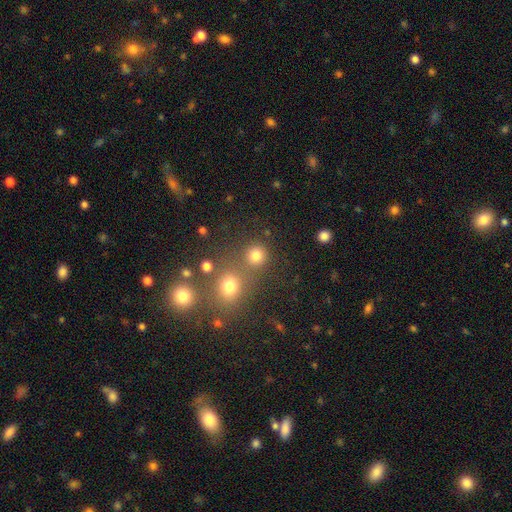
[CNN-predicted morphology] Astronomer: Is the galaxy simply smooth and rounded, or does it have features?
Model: smooth — 78%.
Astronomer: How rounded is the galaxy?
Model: round — 89%.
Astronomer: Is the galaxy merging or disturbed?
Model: none — 67%.